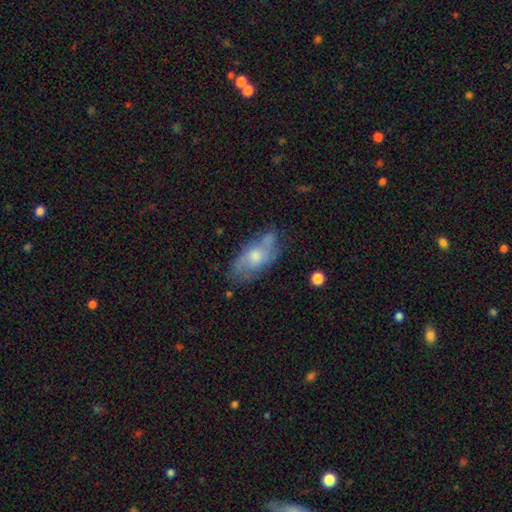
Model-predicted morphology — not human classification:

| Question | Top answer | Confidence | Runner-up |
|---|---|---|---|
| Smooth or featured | featured or disk | 48% | smooth (44%) |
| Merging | none | 60% | minor disturbance (26%) |